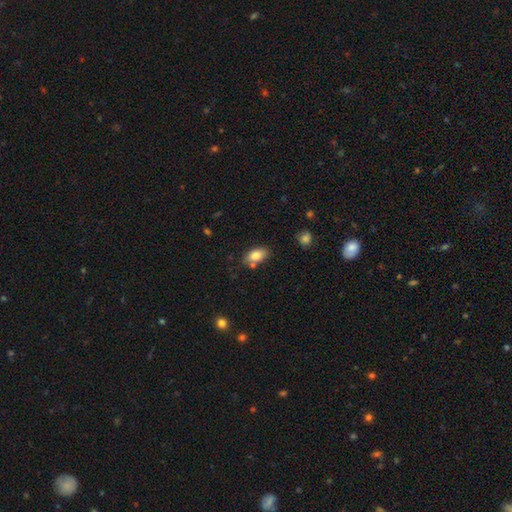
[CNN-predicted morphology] smooth 82%, featured or disk 10%, star or artifact 8%. Down the decision tree: how rounded — in between (90%); merging — none (73%).